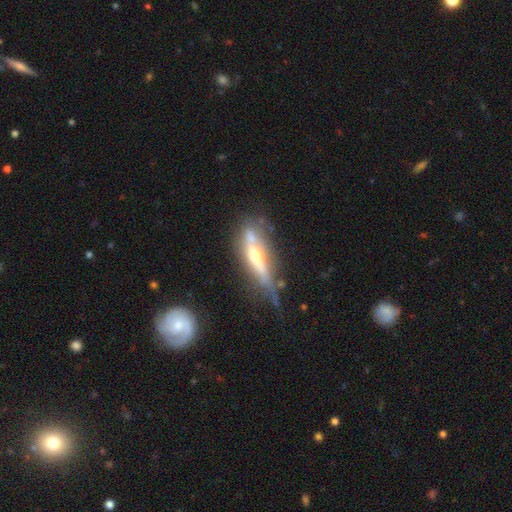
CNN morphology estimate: smooth_or_featured: featured or disk (p=0.65) [alt: smooth p=0.28]
disk_edge_on: yes (p=0.74) [alt: no p=0.26]
merging: none (p=0.43) [alt: minor disturbance p=0.28]